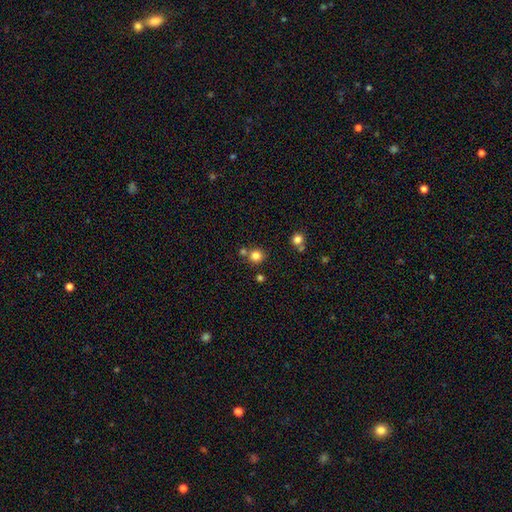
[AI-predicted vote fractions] smooth_or_featured: smooth (p=0.81) [alt: star or artifact p=0.13]
how_rounded: round (p=0.92) [alt: in between p=0.07]
merging: none (p=0.73) [alt: merger p=0.16]